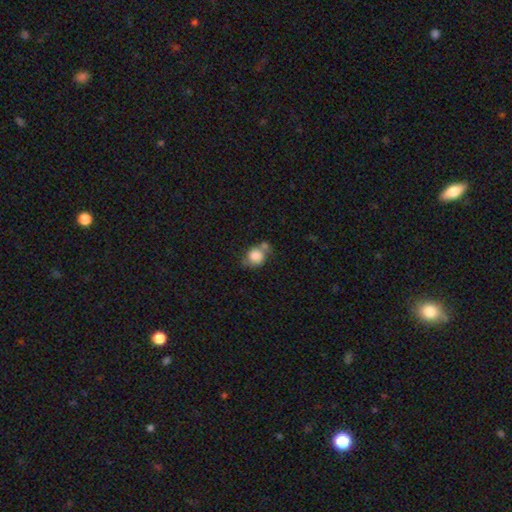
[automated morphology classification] This appears to be a smooth galaxy with no disk features (81%) that is round (75%). Merging: none (39%).